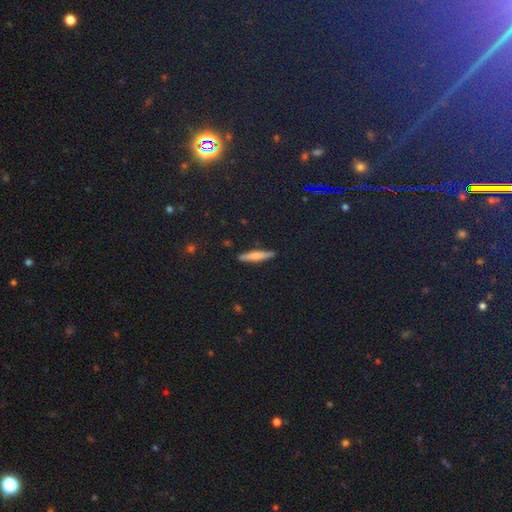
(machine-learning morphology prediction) smooth-or-featured: smooth: 59% | featured or disk: 30% | star or artifact: 11%
  how-rounded: cigar-shaped: 85% | in between: 11% | round: 3%
  merging: none: 88% | minor disturbance: 8% | major disturbance: 2% | merger: 1%